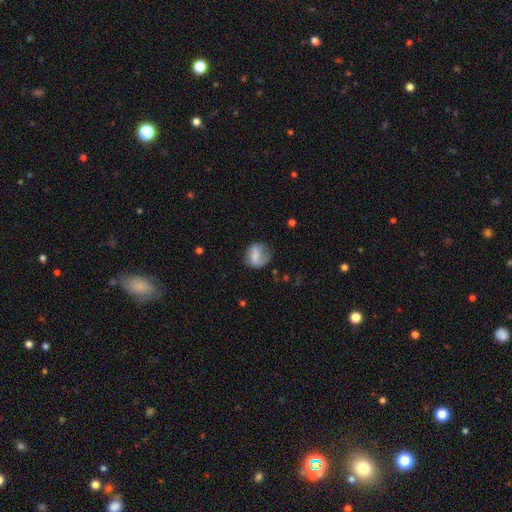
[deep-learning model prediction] Smooth or featured? smooth (60%)
How rounded? round (66%)
Merging? none (57%)